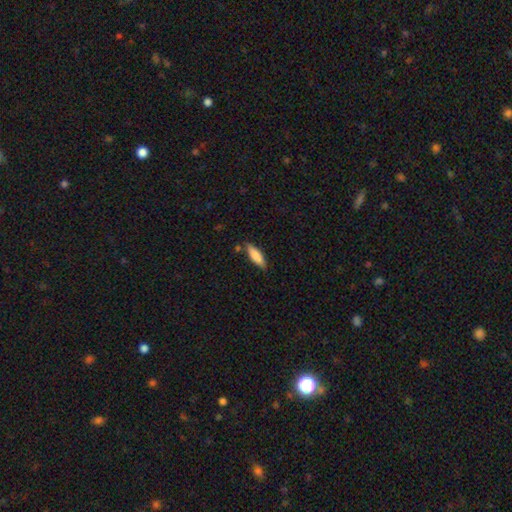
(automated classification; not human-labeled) Overall: smooth (80%). How rounded: in between (50%; cigar-shaped 49%). Merging: none (79%).